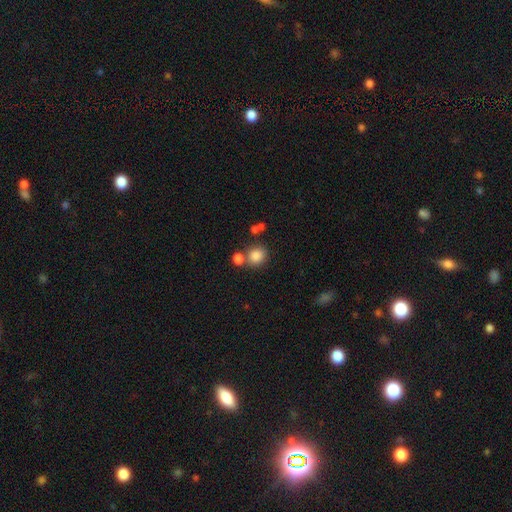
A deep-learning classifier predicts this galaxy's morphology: Smooth or featured? Predicted: smooth (p=0.83). How rounded? Predicted: round (p=0.77). Merging? Predicted: none (p=0.63).